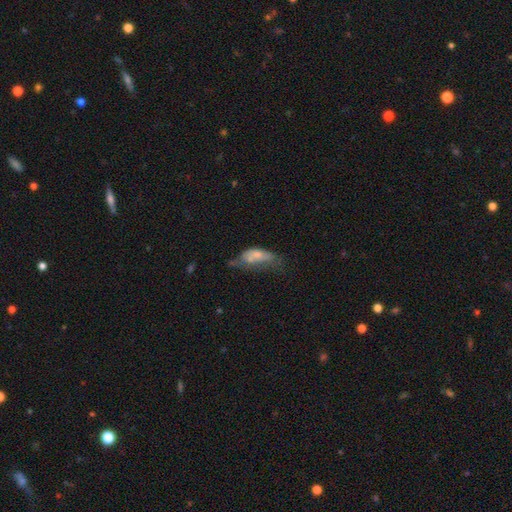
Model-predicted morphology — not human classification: Smooth or featured?
  - smooth: 57% *
  - featured or disk: 34%
  - star or artifact: 9%
How rounded?
  - in between: 80% *
  - cigar-shaped: 17%
  - round: 4%
Merging?
  - major disturbance: 31% *
  - minor disturbance: 25%
  - none: 22%
  - merger: 22%